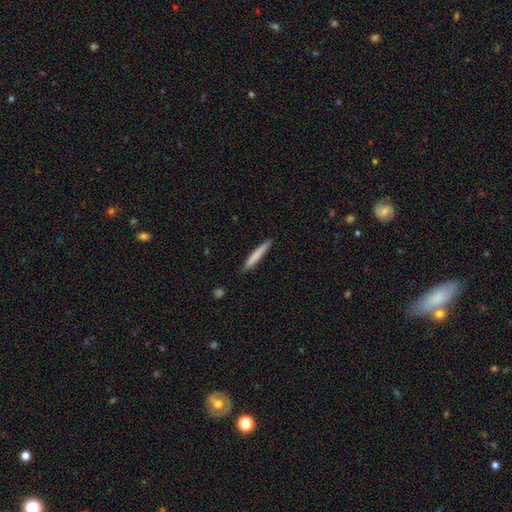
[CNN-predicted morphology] The model was most divided on "smooth or featured": smooth: 76%, featured or disk: 19%, star or artifact: 6%. More confident: how rounded — cigar-shaped (95%); merging — none (89%).